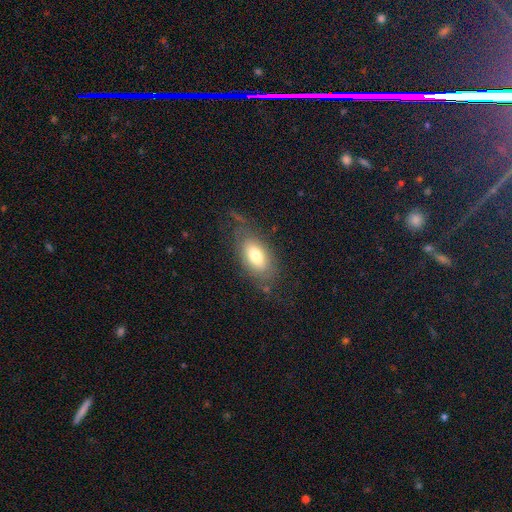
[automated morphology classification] This is likely a smooth galaxy (66%). How rounded: clearly in between (90%). Merging: likely none (64%).